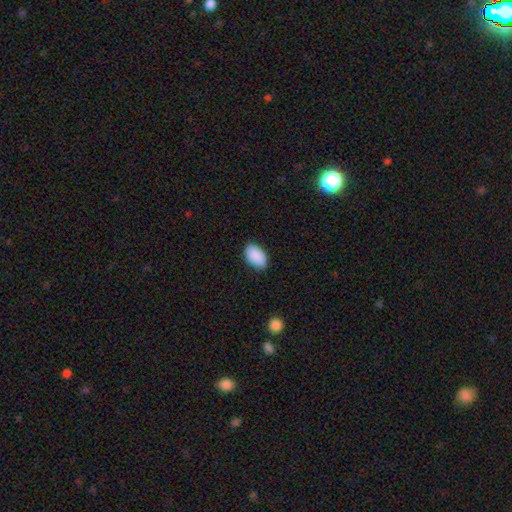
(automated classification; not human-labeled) This appears to be a smooth galaxy with no disk features (90%) that is in between round and cigar-shaped (93%). Merging: none (82%).